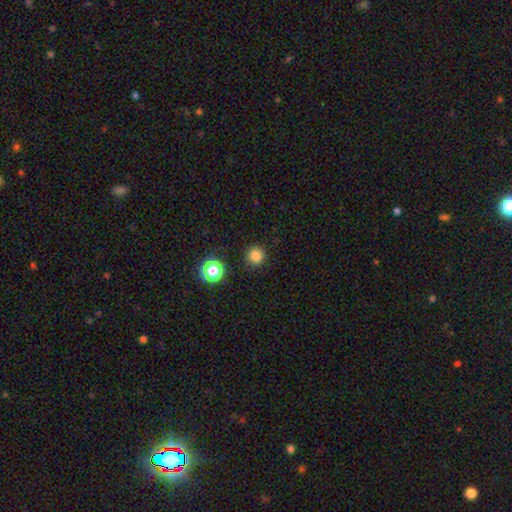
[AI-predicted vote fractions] This is clearly a smooth galaxy (82%). How rounded: clearly round (94%). Merging: clearly none (90%).